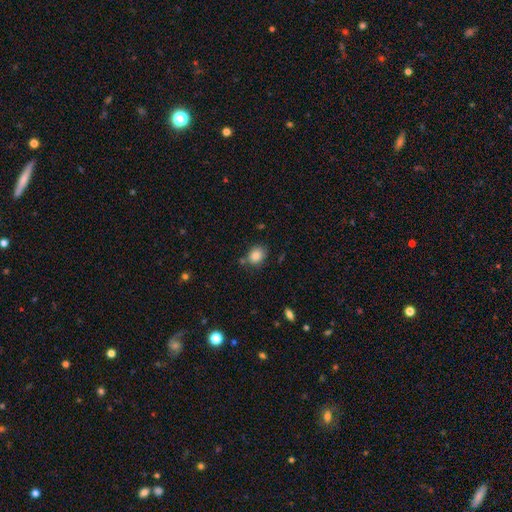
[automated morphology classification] smooth_or_featured: smooth (p=0.85) [alt: star or artifact p=0.09]
how_rounded: round (p=0.51) [alt: in between p=0.48]
merging: none (p=0.70) [alt: minor disturbance p=0.18]